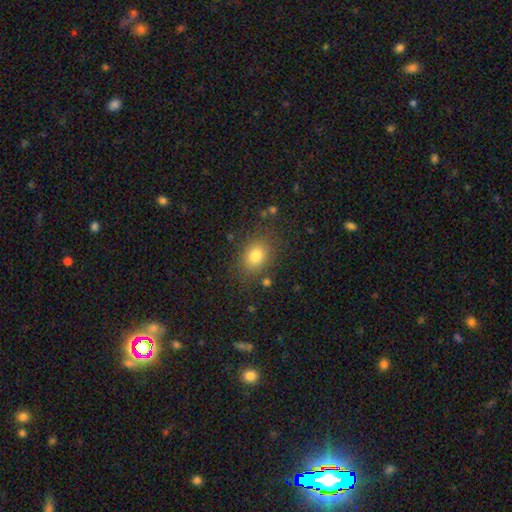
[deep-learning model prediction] Morphology: type=smooth (79%); roundness=in between (56%); merging=none (82%).